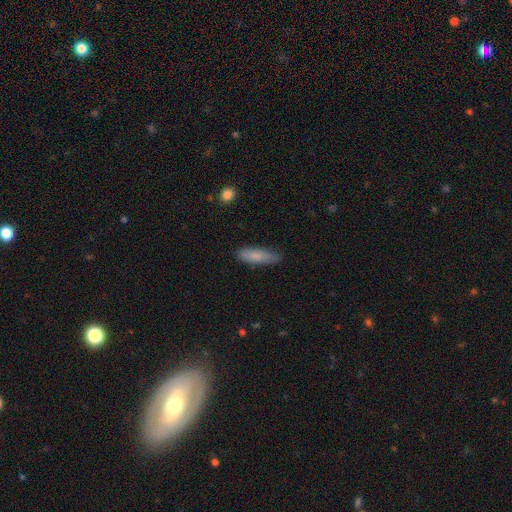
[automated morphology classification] The model was most divided on "how rounded": cigar-shaped: 58%, in between: 40%, round: 2%. More confident: smooth or featured — smooth (80%); merging — none (75%).